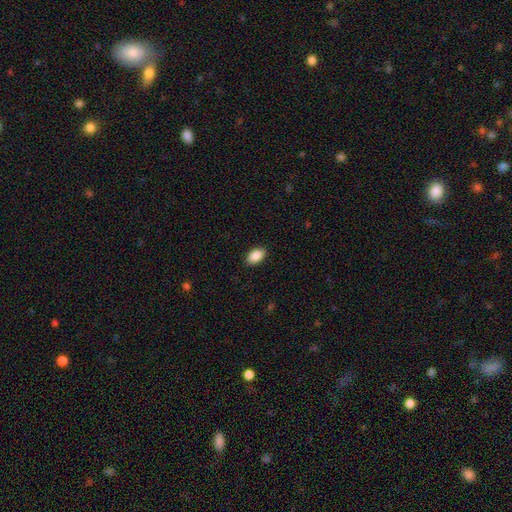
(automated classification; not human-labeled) smooth-or-featured: smooth: 89% | star or artifact: 7% | featured or disk: 4%
  how-rounded: in between: 93% | round: 5% | cigar-shaped: 2%
  merging: none: 89% | minor disturbance: 8% | major disturbance: 2% | merger: 1%